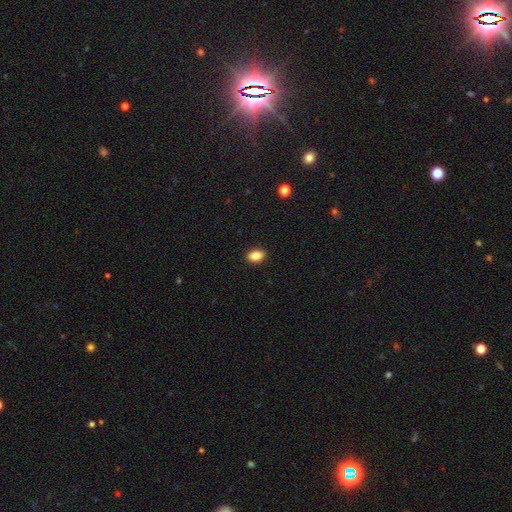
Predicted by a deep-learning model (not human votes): Overall: smooth (86%). How rounded: in between (84%). Merging: none (90%).